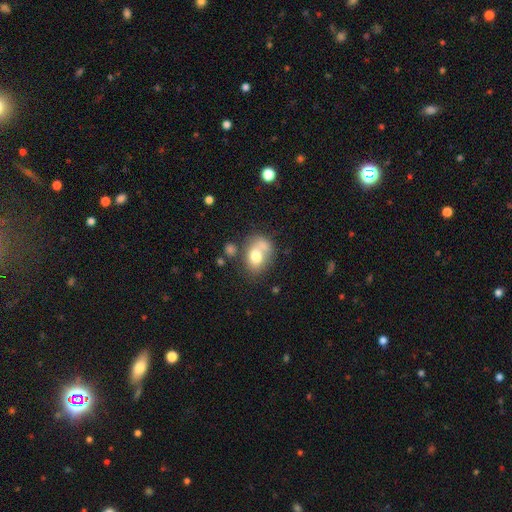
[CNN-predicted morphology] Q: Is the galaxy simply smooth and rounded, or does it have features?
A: smooth — 72%.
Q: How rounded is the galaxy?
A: in between — 67%.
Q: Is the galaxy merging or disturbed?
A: merger — 38%.